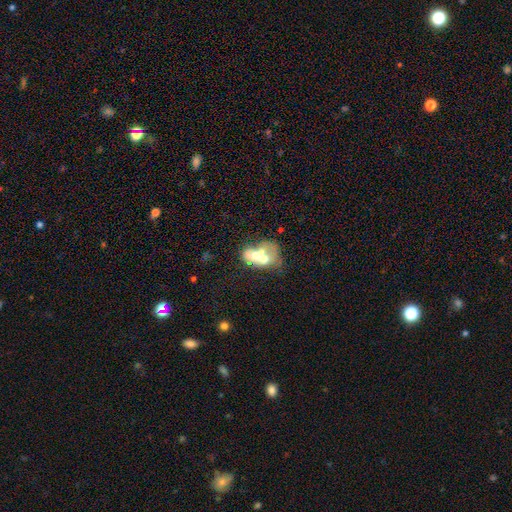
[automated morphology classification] type=smooth (45%); merging=merger (70%).